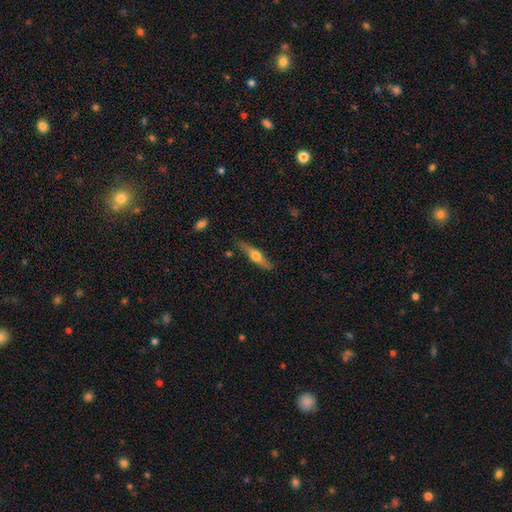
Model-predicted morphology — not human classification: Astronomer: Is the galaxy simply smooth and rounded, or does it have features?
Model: featured or disk — 57% (runner-up: smooth, 38%).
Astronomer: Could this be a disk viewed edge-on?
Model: yes — 93%.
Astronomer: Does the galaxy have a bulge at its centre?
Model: rounded — 93%.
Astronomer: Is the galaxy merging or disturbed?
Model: none — 82%.